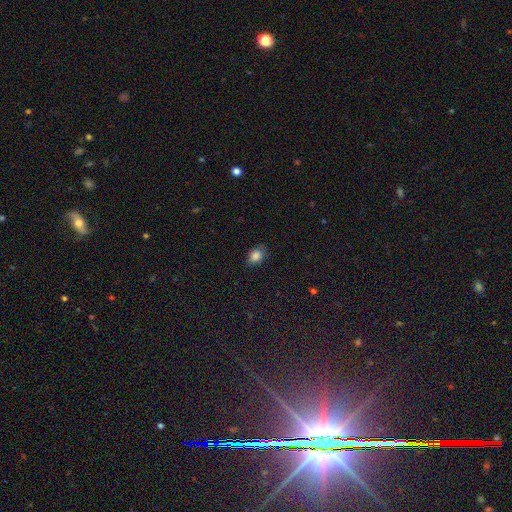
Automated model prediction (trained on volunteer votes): This appears to be a smooth galaxy with no disk features (84%) that is in between round and cigar-shaped (67%). Merging: none (75%).